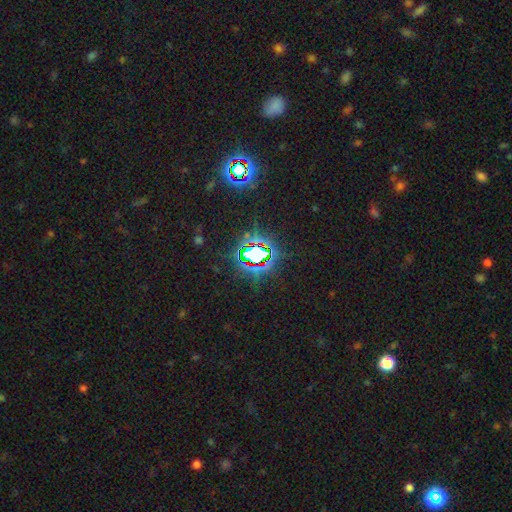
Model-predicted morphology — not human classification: smooth_or_featured: star or artifact (p=0.79) [alt: smooth p=0.12]